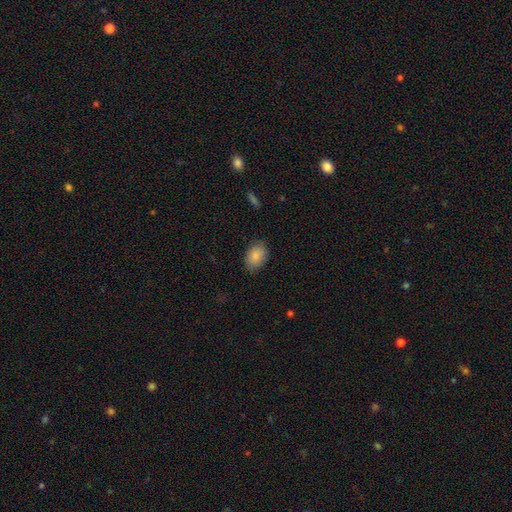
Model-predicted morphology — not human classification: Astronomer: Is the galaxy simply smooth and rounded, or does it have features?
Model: smooth — 87%.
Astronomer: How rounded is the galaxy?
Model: in between — 81%.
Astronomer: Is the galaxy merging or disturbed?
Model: none — 83%.